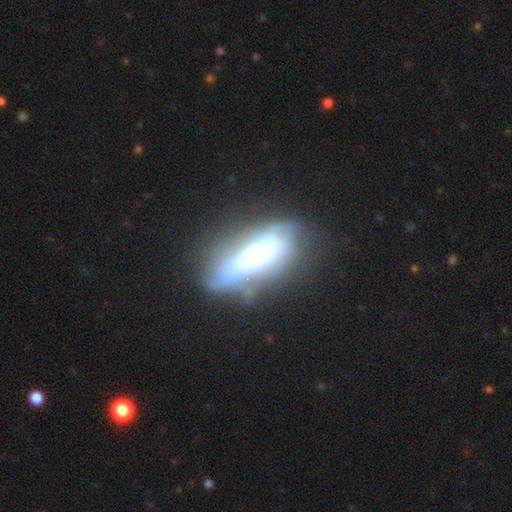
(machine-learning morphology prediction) featured or disk 62%, smooth 30%, star or artifact 9%. Down the decision tree: edge-on disk — no (72%); merging — none (55%).